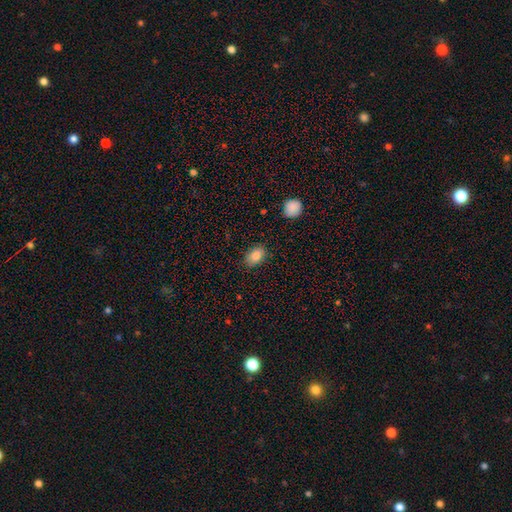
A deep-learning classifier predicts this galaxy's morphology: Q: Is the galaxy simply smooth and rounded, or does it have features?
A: smooth — 85%.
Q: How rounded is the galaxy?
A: in between — 85%.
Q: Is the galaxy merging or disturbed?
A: none — 86%.